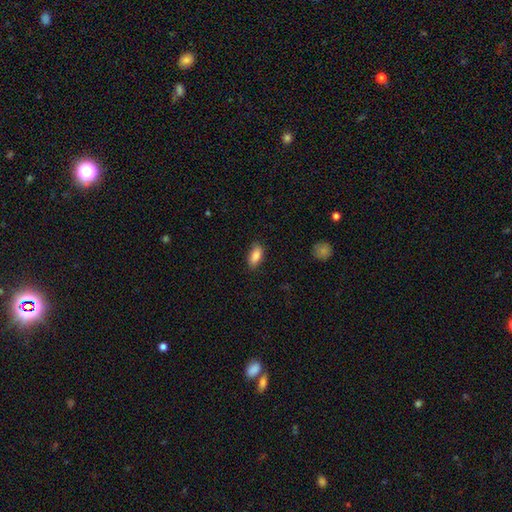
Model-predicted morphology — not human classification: smooth-or-featured: smooth: 87% | star or artifact: 7% | featured or disk: 6%
  how-rounded: in between: 87% | cigar-shaped: 10% | round: 3%
  merging: none: 82% | minor disturbance: 14% | major disturbance: 3% | merger: 1%